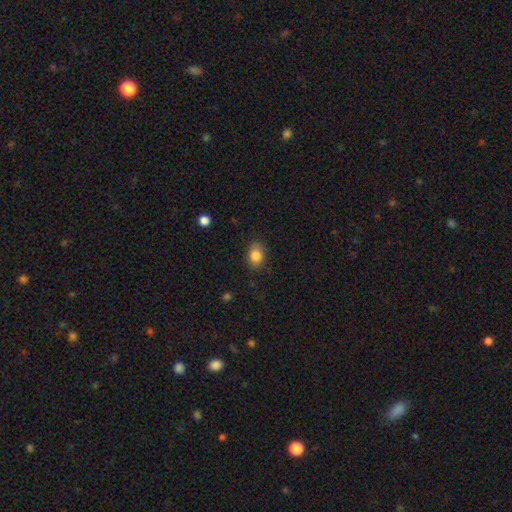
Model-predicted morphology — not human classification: The model was most divided on "how rounded": in between: 67%, round: 32%, cigar-shaped: 1%. More confident: smooth or featured — smooth (85%); merging — none (80%).